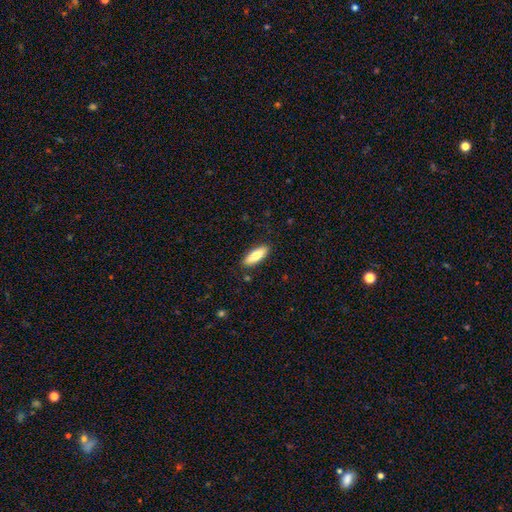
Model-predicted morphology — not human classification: smooth-or-featured: smooth: 71% | featured or disk: 23% | star or artifact: 6%
  how-rounded: in between: 59% | cigar-shaped: 39% | round: 2%
  merging: none: 88% | minor disturbance: 9% | major disturbance: 2% | merger: 1%